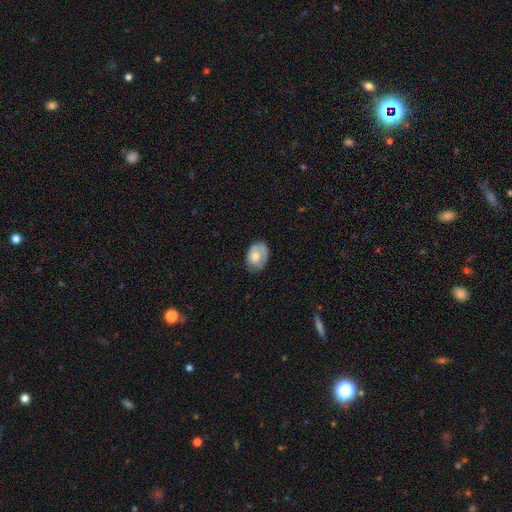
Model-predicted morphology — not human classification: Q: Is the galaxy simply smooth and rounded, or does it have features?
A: smooth — 63%.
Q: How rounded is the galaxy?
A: in between — 74%.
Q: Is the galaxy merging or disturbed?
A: none — 57%.